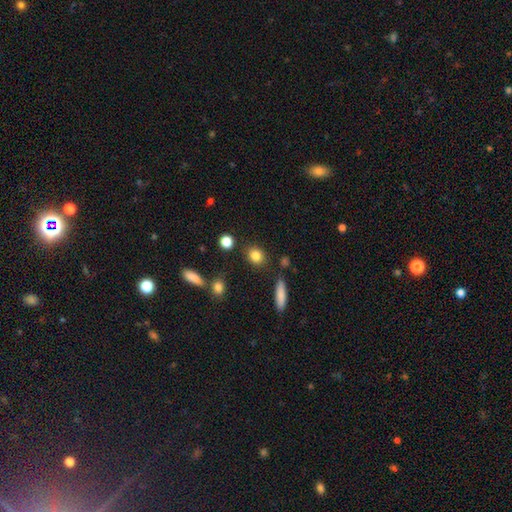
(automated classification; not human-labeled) smooth_or_featured: smooth (p=0.83) [alt: star or artifact p=0.10]
how_rounded: round (p=0.65) [alt: in between p=0.32]
merging: none (p=0.82) [alt: minor disturbance p=0.10]